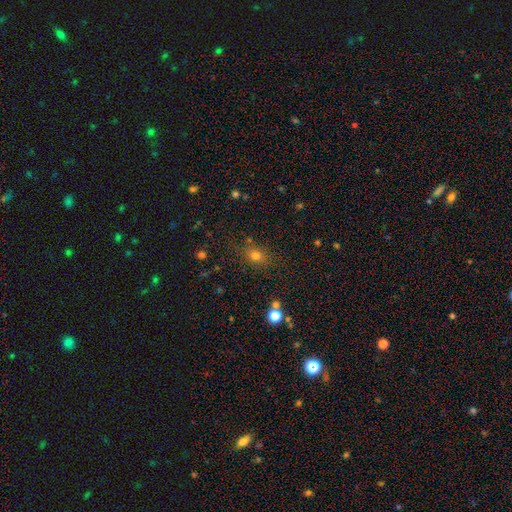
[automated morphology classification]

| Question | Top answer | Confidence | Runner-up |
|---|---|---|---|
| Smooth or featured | smooth | 74% | star or artifact (18%) |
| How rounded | in between | 50% | round (48%) |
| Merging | none | 77% | minor disturbance (13%) |